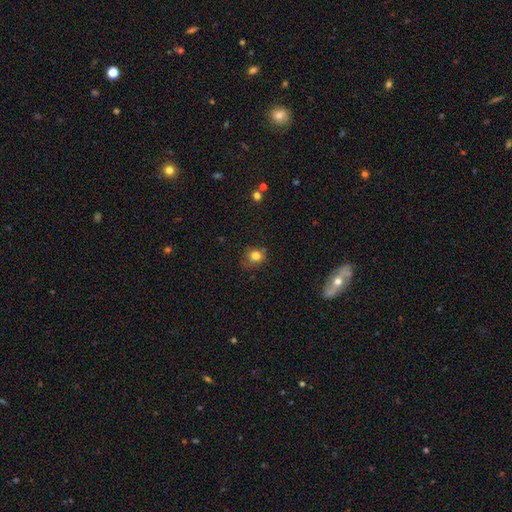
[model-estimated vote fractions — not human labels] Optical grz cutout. It shows a smooth galaxy with no disk features (79%) that is round (70%). Merging: none (67%).